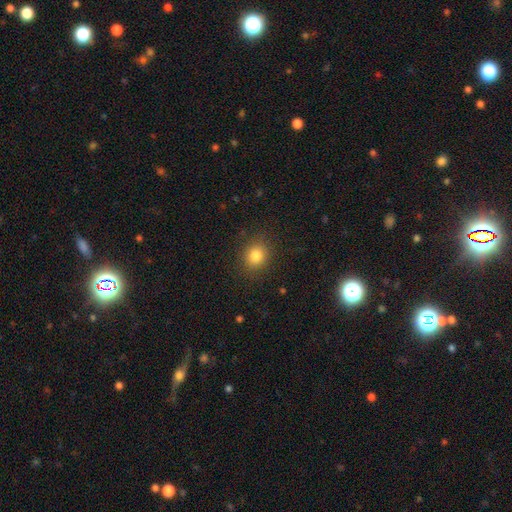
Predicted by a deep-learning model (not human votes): Overall: smooth (83%). How rounded: round (74%). Merging: none (88%).